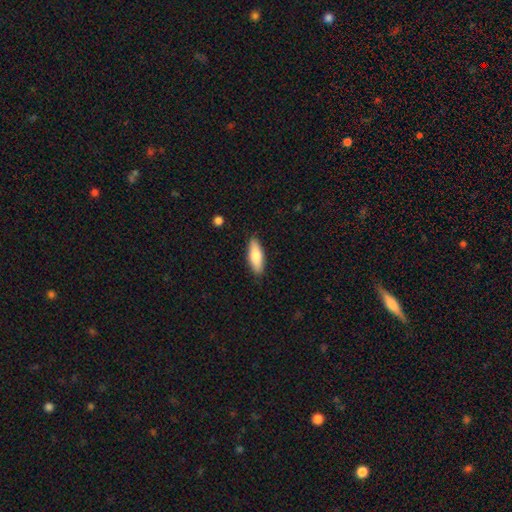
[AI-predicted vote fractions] smooth-or-featured: smooth: 75% | featured or disk: 19% | star or artifact: 6%
  how-rounded: in between: 58% | cigar-shaped: 40% | round: 2%
  merging: none: 88% | minor disturbance: 9% | major disturbance: 2% | merger: 1%